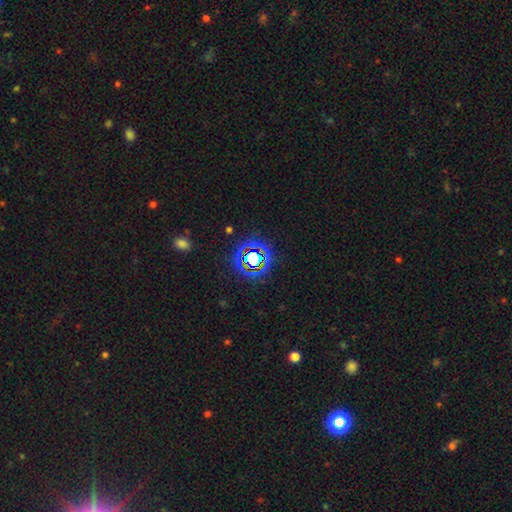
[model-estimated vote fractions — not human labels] Q: Smooth or featured?
A: star or artifact (70%); runner-up: smooth (19%)